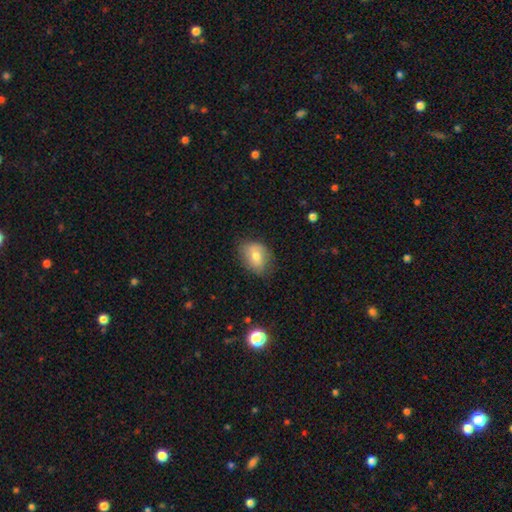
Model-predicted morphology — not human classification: A smooth galaxy with no disk features (72%) that is in between round and cigar-shaped (76%). Merging: none (69%).